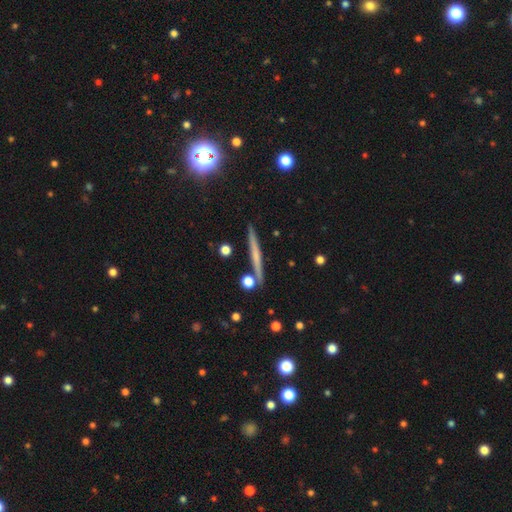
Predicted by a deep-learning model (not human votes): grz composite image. It shows a featured or disk galaxy (53%) viewed edge-on (97%) with no central bulge (71%). Merging: none (89%).